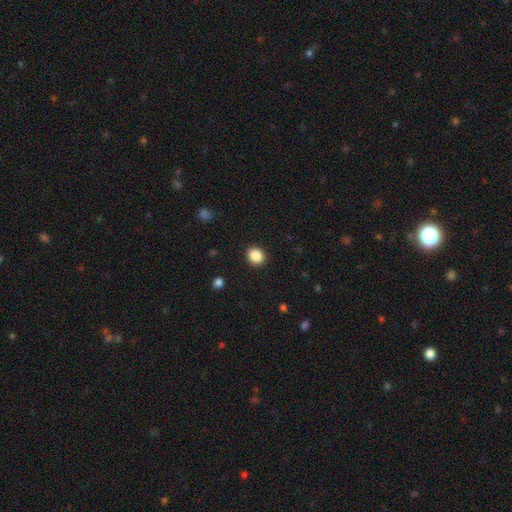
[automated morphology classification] Overall: smooth (87%). How rounded: round (69%; in between 30%). Merging: none (91%).